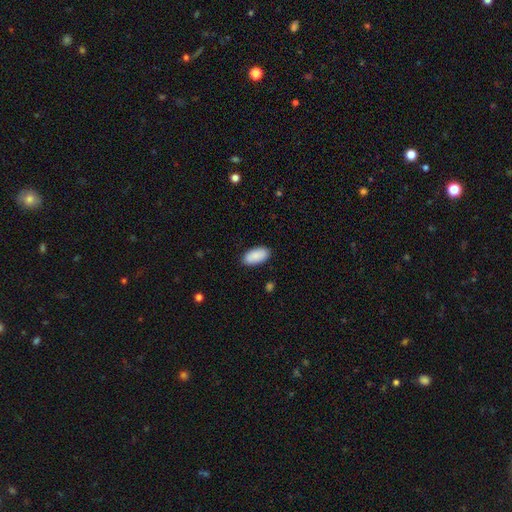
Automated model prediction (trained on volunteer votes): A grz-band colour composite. It shows a smooth galaxy with no disk features (90%) that is in between round and cigar-shaped (95%). Merging: none (88%).